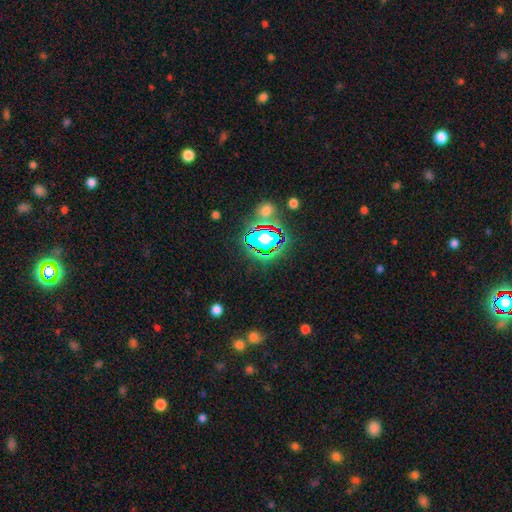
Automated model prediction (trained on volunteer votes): A star or artifact, not a galaxy (80%).

Vote fractions:
- Smooth or featured? star or artifact: 80% / smooth: 12% / featured or disk: 7%